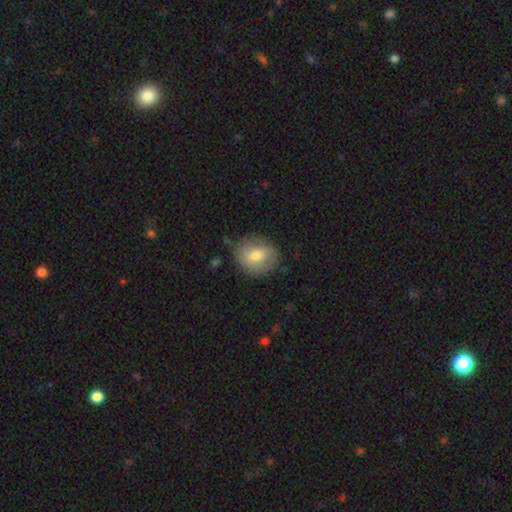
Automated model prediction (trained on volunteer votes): The model was most divided on "how rounded": round: 69%, in between: 30%, cigar-shaped: 1%. More confident: merging — none (74%); smooth or featured — smooth (70%).